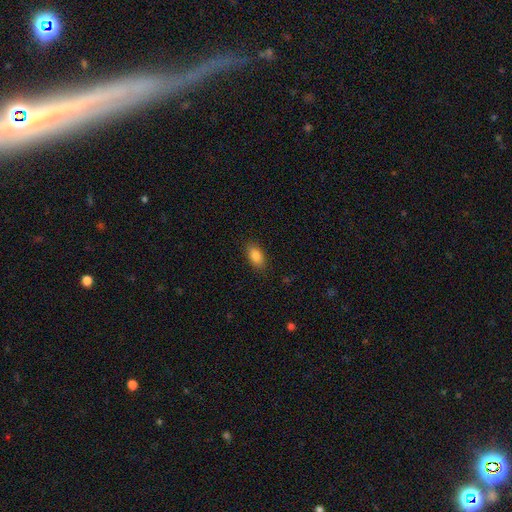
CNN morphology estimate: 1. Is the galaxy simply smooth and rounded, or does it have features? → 86% smooth, 8% star or artifact, 6% featured or disk.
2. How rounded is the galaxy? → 90% in between, 6% round, 4% cigar-shaped.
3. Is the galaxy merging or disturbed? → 86% none, 10% minor disturbance, 3% major disturbance, 1% merger.